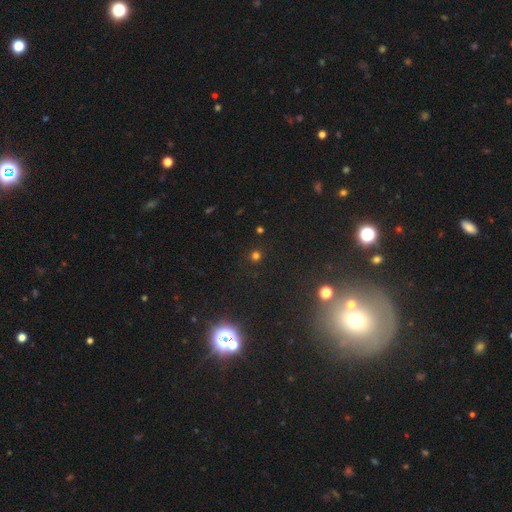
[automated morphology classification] Smooth or featured?
  - smooth: 68% *
  - star or artifact: 27%
  - featured or disk: 5%
How rounded?
  - round: 93% *
  - in between: 6%
  - cigar-shaped: 1%
Merging?
  - none: 90% *
  - minor disturbance: 6%
  - major disturbance: 2%
  - merger: 2%